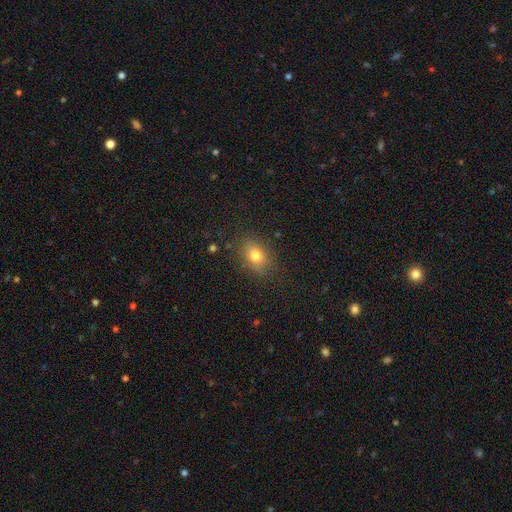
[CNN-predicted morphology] Overall: smooth (77%). How rounded: in between (72%). Merging: none (82%).